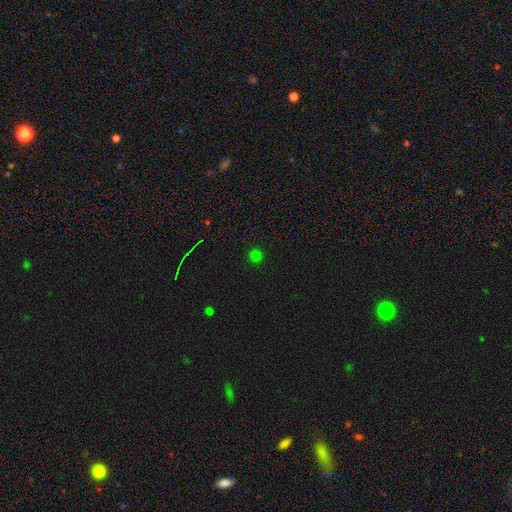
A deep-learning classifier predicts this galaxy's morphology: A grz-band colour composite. It shows a smooth galaxy with no disk features (72%) that is round (94%). Merging: none (92%).